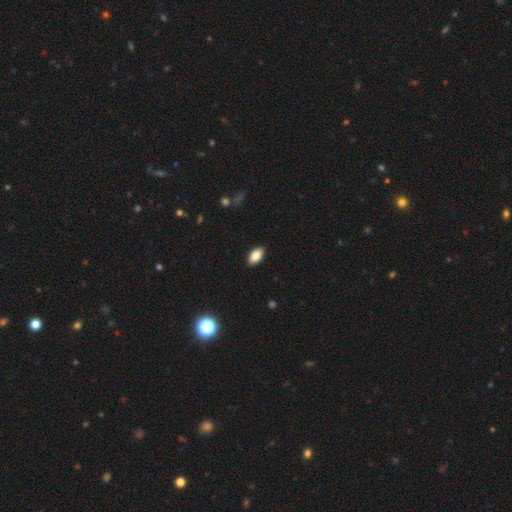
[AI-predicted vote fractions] smooth 87%, star or artifact 7%, featured or disk 6%. Down the decision tree: how rounded — in between (94%); merging — none (89%).